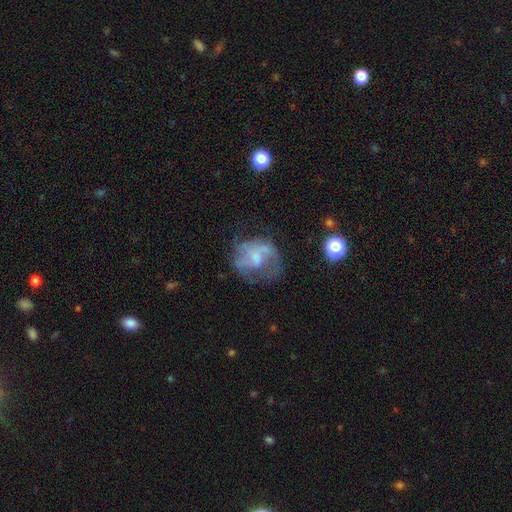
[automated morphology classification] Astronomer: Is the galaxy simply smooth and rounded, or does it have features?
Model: featured or disk — 57%.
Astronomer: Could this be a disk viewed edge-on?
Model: no — 97%.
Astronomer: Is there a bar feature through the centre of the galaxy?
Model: no — 58% (runner-up: weak, 35%).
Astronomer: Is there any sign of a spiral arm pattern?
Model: yes — 57% (runner-up: no, 43%).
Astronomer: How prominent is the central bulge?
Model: none — 34% (runner-up: moderate, 29%).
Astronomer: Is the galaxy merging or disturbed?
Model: none — 45% (runner-up: major disturbance, 30%).